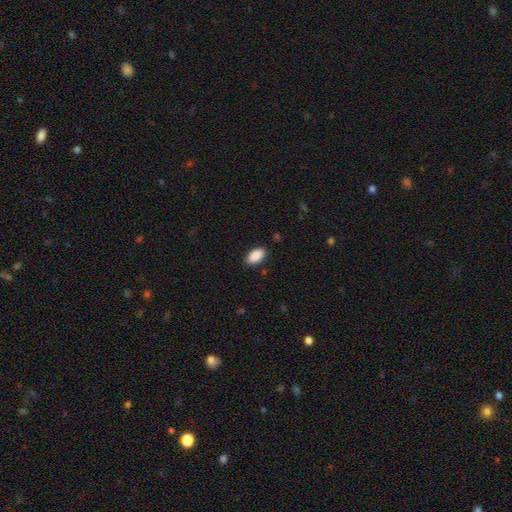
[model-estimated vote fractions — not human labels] Smooth or featured: smooth — 90% (star or artifact — 7%)
How rounded: in between — 94% (round — 3%)
Merging: none — 89% (minor disturbance — 8%)